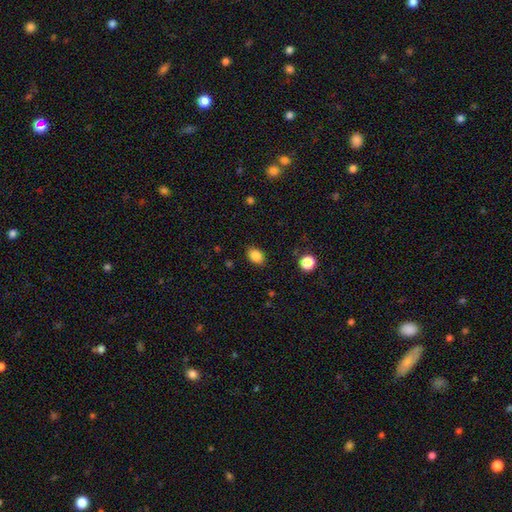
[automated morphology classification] smooth_or_featured: smooth (p=0.86) [alt: star or artifact p=0.10]
how_rounded: in between (p=0.72) [alt: round p=0.27]
merging: none (p=0.86) [alt: minor disturbance p=0.10]